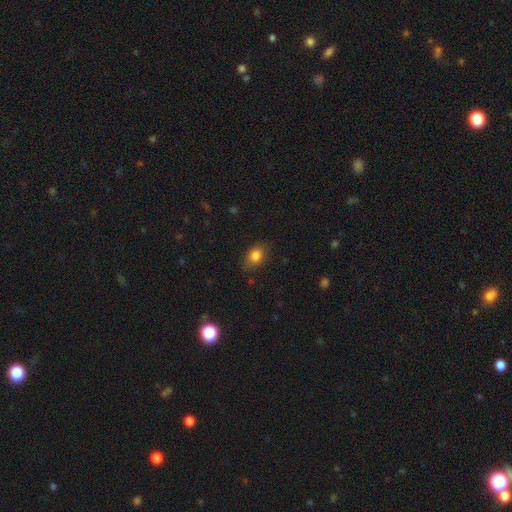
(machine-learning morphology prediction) The model was most divided on "how rounded": in between: 63%, round: 35%, cigar-shaped: 2%. More confident: smooth or featured — smooth (82%); merging — none (79%).